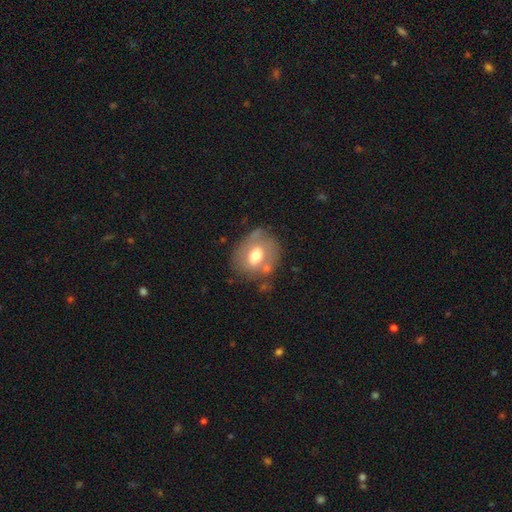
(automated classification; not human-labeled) Smooth or featured: smooth — 56% (featured or disk — 36%)
How rounded: in between — 50% (round — 49%)
Merging: none — 63% (minor disturbance — 22%)